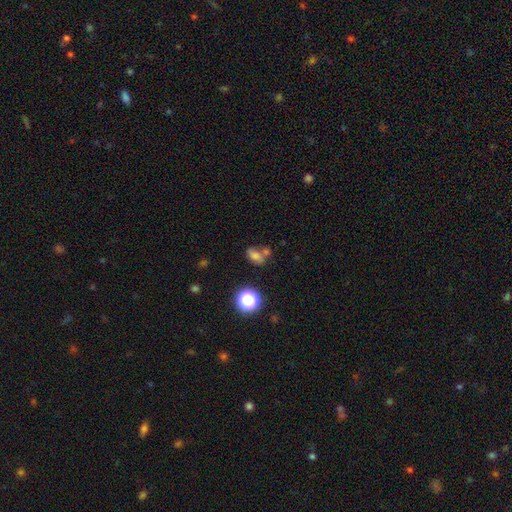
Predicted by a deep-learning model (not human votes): Smooth or featured? Predicted: smooth (p=0.66). How rounded? Predicted: in between (p=0.74). Merging? Predicted: none (p=0.46).